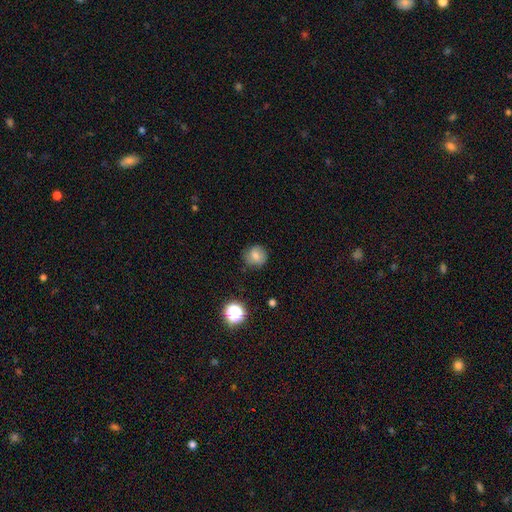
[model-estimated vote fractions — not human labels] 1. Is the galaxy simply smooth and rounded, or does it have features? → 77% smooth, 12% star or artifact, 11% featured or disk.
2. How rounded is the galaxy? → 83% round, 16% in between, 1% cigar-shaped.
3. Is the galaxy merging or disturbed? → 78% none, 16% minor disturbance, 4% major disturbance, 2% merger.